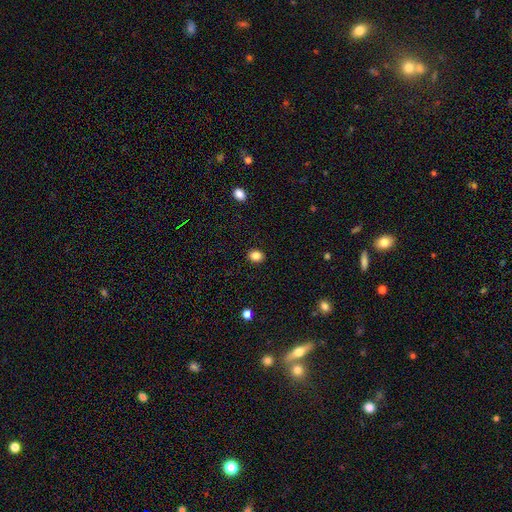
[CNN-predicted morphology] The model was most divided on "how rounded": round: 58%, in between: 41%, cigar-shaped: 1%. More confident: merging — none (90%); smooth or featured — smooth (85%).